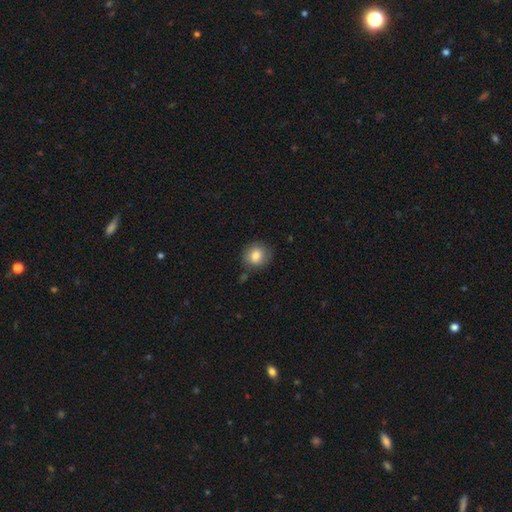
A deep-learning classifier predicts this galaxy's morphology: smooth 81%, featured or disk 10%, star or artifact 9%. Down the decision tree: how rounded — round (78%); merging — none (80%).